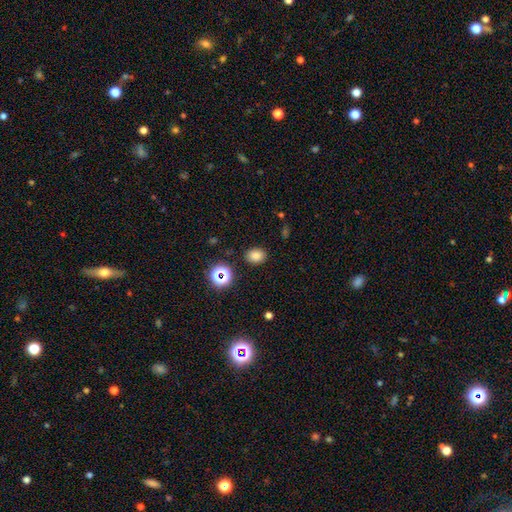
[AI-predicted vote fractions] Smooth or featured? smooth (79%)
How rounded? in between (57%)
Merging? none (87%)